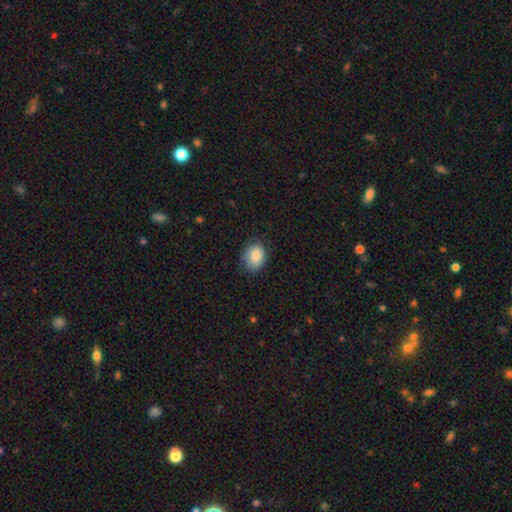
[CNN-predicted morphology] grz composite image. It shows a smooth galaxy with no disk features (84%) that is in between round and cigar-shaped (59%). Merging: none (75%).